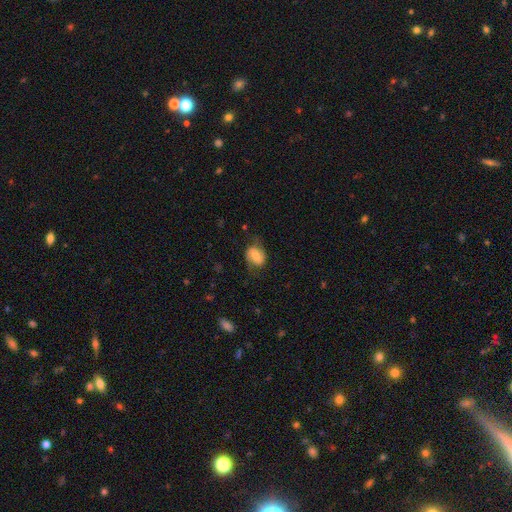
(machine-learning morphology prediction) smooth-or-featured: smooth: 46% (tied) | featured or disk: 46% (tied) | star or artifact: 8%
  merging: none: 62% | minor disturbance: 24% | major disturbance: 12% | merger: 1%